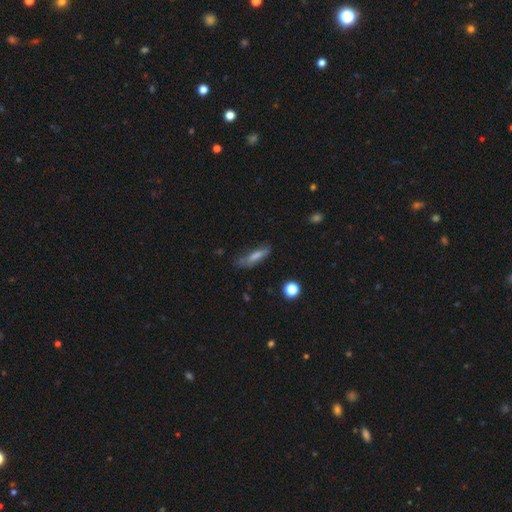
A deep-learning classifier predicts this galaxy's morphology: A smooth galaxy with no disk features (56%) that is cigar-shaped (66%).

Vote fractions:
- Smooth or featured? smooth: 56% / featured or disk: 31% / star or artifact: 13%
- How rounded? cigar-shaped: 66% / in between: 31% / round: 3%
- Merging? none: 59% / minor disturbance: 26% / major disturbance: 12% / merger: 3%